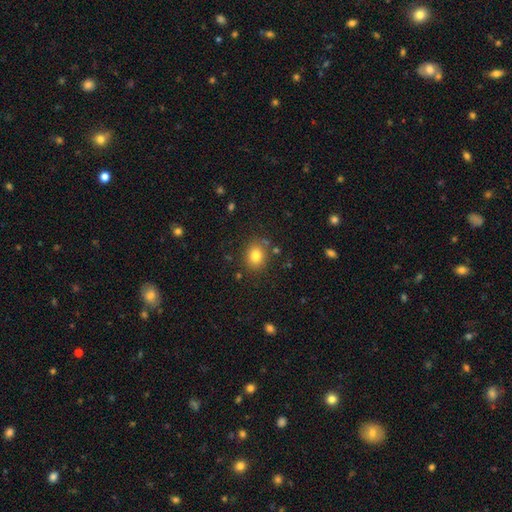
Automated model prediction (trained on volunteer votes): Smooth or featured?
  - smooth: 80% *
  - star or artifact: 11%
  - featured or disk: 8%
How rounded?
  - round: 61% *
  - in between: 38%
  - cigar-shaped: 1%
Merging?
  - none: 82% *
  - minor disturbance: 11%
  - merger: 4%
  - major disturbance: 3%